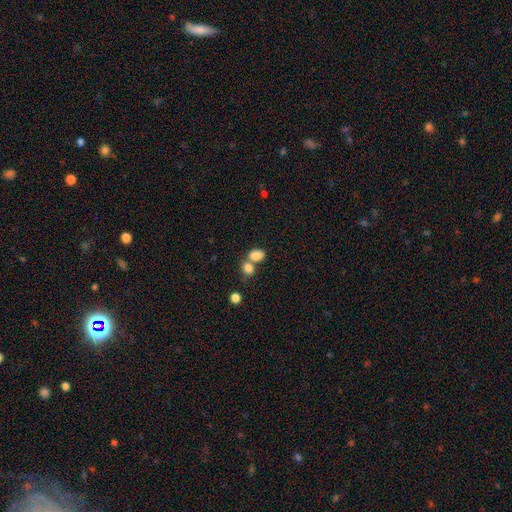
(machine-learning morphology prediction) Smooth or featured? smooth (83%)
How rounded? in between (73%)
Merging? merger (51%)